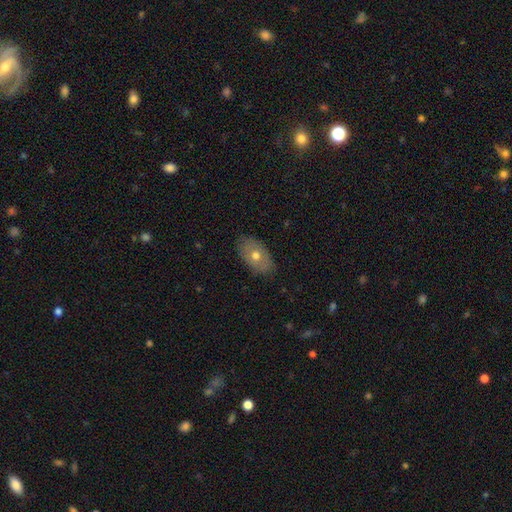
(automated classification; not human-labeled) The model was most divided on "smooth or featured": smooth: 60%, featured or disk: 32%, star or artifact: 7%. More confident: how rounded — in between (90%); merging — none (84%).